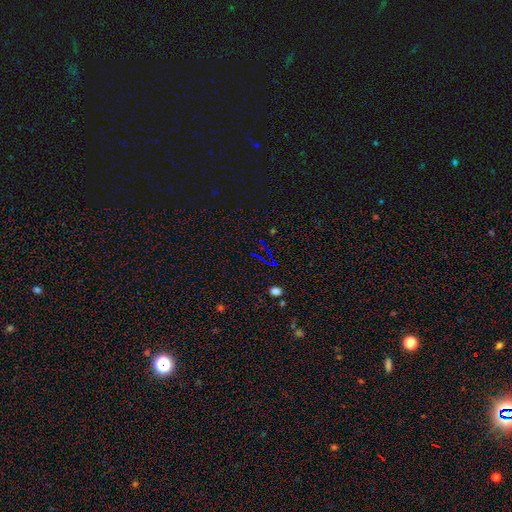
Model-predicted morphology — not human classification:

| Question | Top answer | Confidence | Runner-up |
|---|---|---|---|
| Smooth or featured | star or artifact | 72% | smooth (16%) |